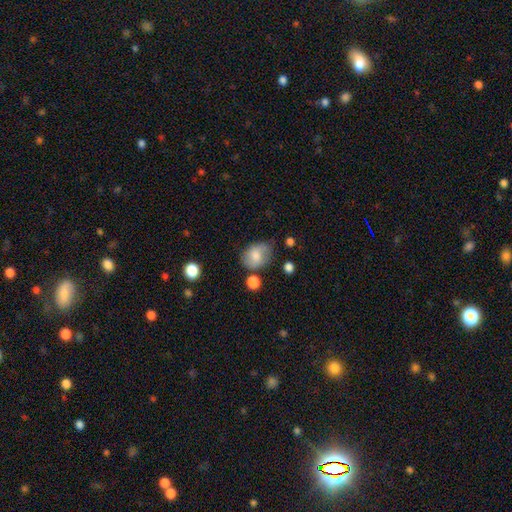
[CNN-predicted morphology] Smooth or featured? Predicted: smooth (p=0.72). How rounded? Predicted: in between (p=0.64). Merging? Predicted: none (p=0.62).